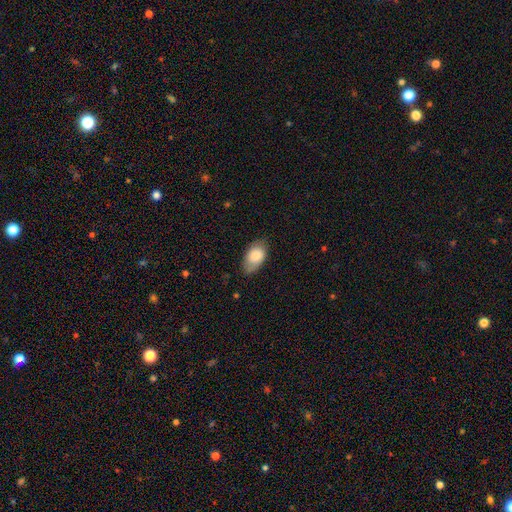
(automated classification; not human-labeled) Overall: smooth (80%). How rounded: in between (91%). Merging: none (71%).